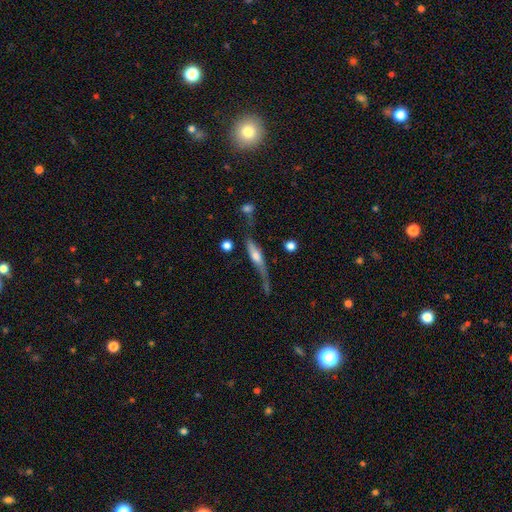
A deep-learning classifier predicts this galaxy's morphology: Smooth or featured? featured or disk (54%)
Edge-on disk? yes (76%)
Merging? none (36%)